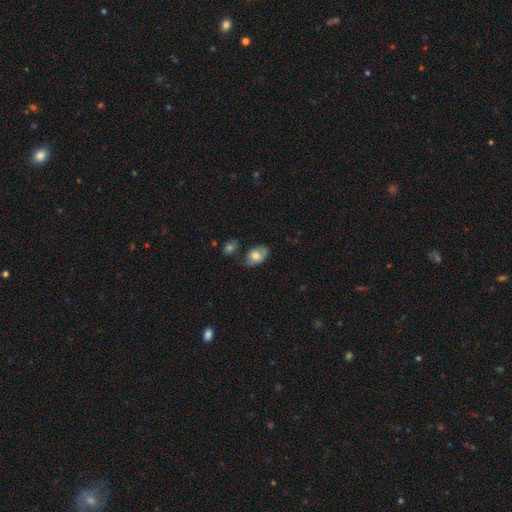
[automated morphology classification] Smooth or featured? Predicted: smooth (p=0.66). How rounded? Predicted: in between (p=0.89). Merging? Predicted: none (p=0.55).